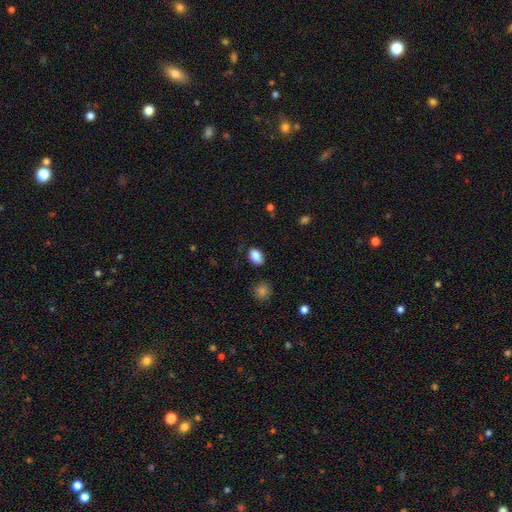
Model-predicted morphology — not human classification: A smooth galaxy with no disk features (87%) that is in between round and cigar-shaped (84%). Merging: none (76%).